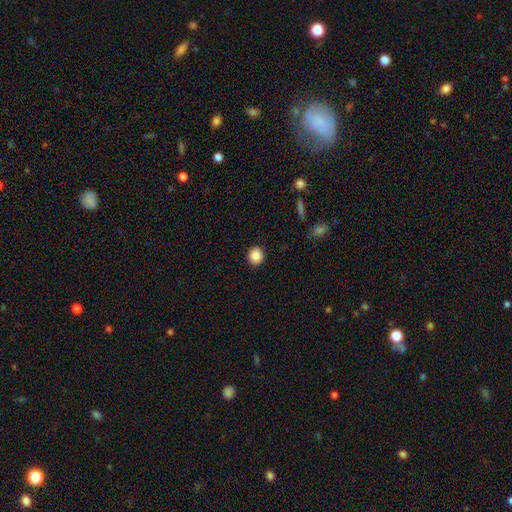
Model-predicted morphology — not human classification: Smooth or featured? Predicted: smooth (p=0.88). How rounded? Predicted: round (p=0.91). Merging? Predicted: none (p=0.91).